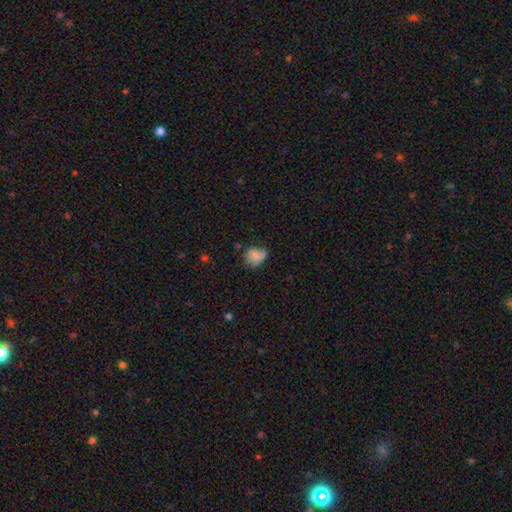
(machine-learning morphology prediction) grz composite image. It shows a smooth galaxy with no disk features (67%) that is round (55%). Merging: none (38%).